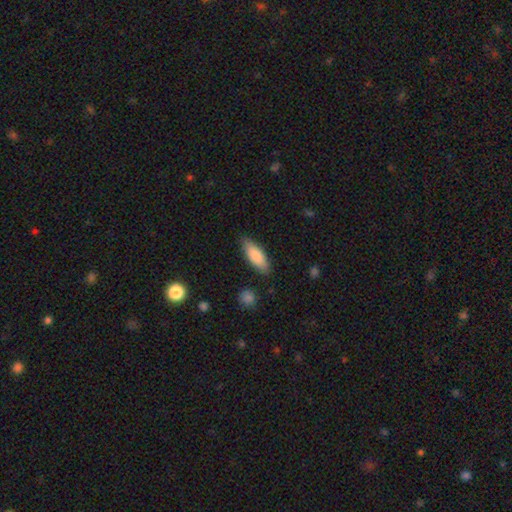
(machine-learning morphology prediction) Q: Smooth or featured?
A: smooth (81%); runner-up: featured or disk (13%)
Q: How rounded?
A: in between (63%); runner-up: cigar-shaped (35%)
Q: Merging?
A: none (85%); runner-up: minor disturbance (11%)